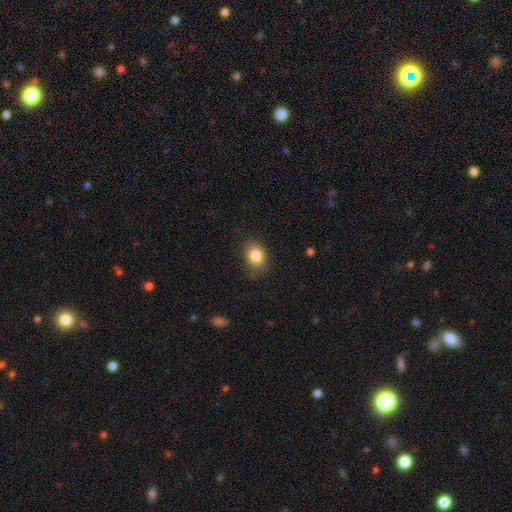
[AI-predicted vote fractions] Smooth or featured? Predicted: smooth (p=0.84). How rounded? Predicted: in between (p=0.55). Merging? Predicted: none (p=0.83).